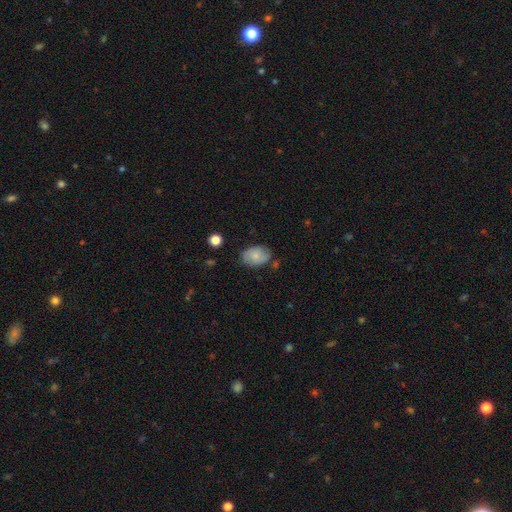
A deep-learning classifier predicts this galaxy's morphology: smooth 71%, featured or disk 22%, star or artifact 7%. Down the decision tree: how rounded — in between (80%); merging — none (72%).